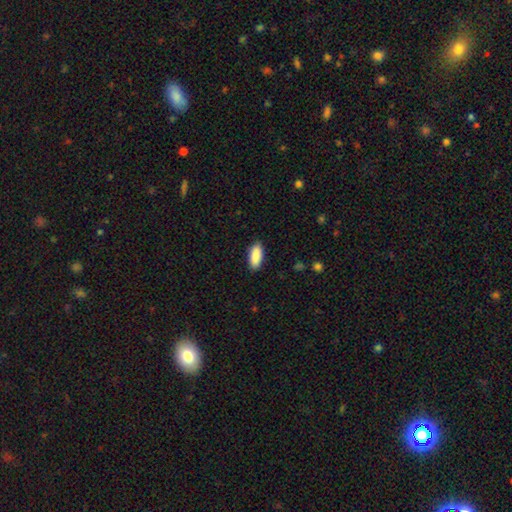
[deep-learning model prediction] The model was most divided on "how rounded": in between: 86%, cigar-shaped: 12%, round: 2%. More confident: smooth or featured — smooth (91%); merging — none (89%).